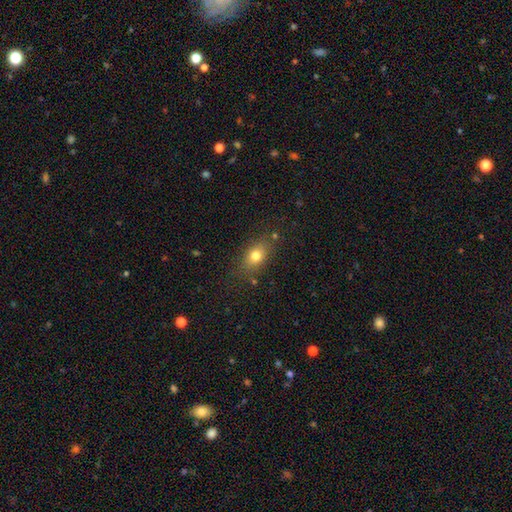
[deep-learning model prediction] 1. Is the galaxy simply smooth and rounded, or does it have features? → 76% smooth, 13% featured or disk, 11% star or artifact.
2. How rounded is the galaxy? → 74% in between, 21% round, 5% cigar-shaped.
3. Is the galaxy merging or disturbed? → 78% none, 14% minor disturbance, 5% major disturbance, 3% merger.